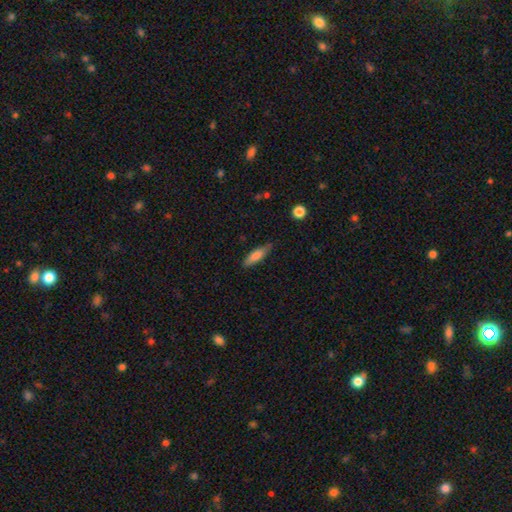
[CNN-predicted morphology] Smooth or featured? smooth (77%)
How rounded? cigar-shaped (64%)
Merging? none (80%)